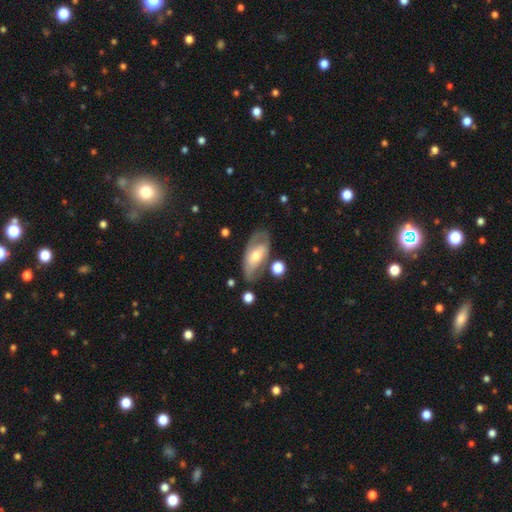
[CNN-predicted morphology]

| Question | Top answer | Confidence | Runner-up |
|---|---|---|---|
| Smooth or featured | featured or disk | 57% | smooth (37%) |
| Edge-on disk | no | 85% | yes (15%) |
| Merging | none | 60% | minor disturbance (22%) |